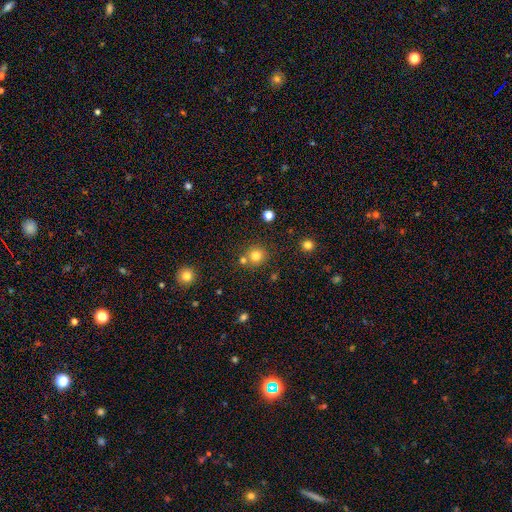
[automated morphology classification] Smooth or featured? smooth (78%)
How rounded? round (90%)
Merging? none (70%)